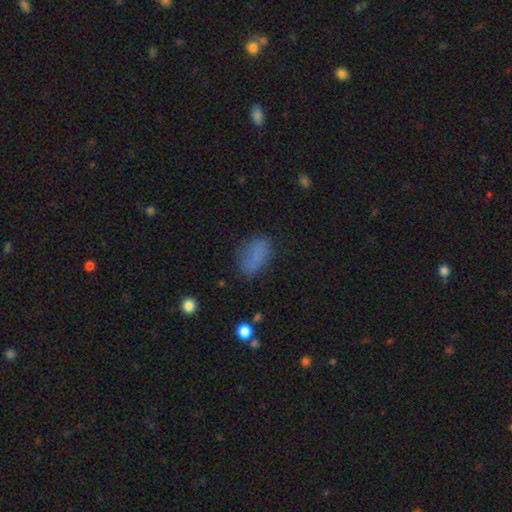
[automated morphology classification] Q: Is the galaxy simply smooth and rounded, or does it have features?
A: smooth — 80%.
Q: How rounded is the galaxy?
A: in between — 90%.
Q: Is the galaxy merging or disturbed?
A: none — 74%.